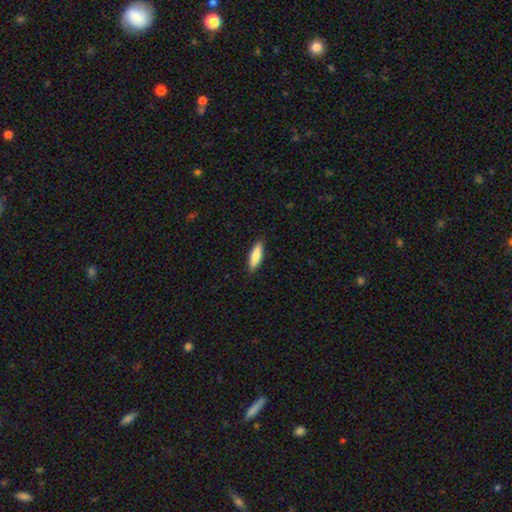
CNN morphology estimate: Smooth or featured? smooth (84%)
How rounded? cigar-shaped (54%)
Merging? none (89%)